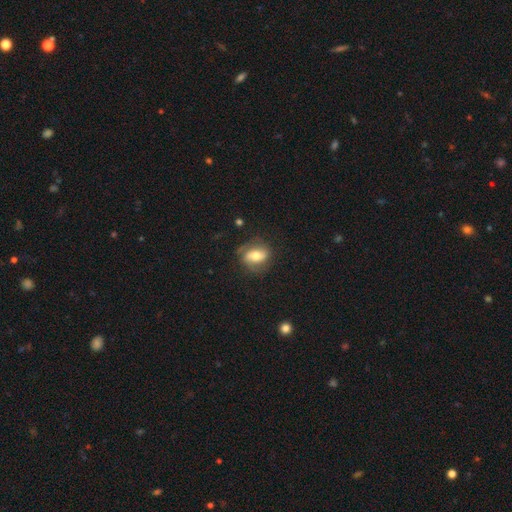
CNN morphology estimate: type=smooth (48%); merging=none (67%).